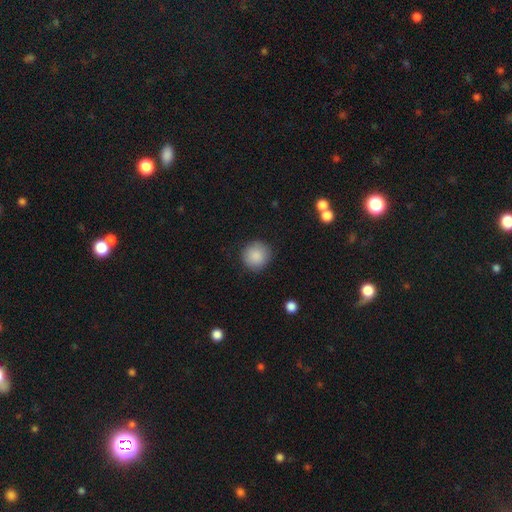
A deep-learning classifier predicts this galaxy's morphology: smooth 88%, star or artifact 8%, featured or disk 4%. Down the decision tree: how rounded — round (94%); merging — none (89%).